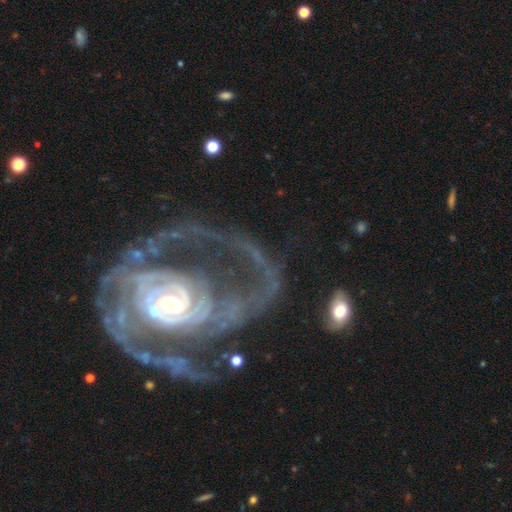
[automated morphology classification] Smooth or featured? Predicted: featured or disk (p=0.88). Edge-on disk? Predicted: no (p=0.97). Bar? Predicted: no (p=0.51). Spiral arms? Predicted: yes (p=0.92). Spiral winding? Predicted: tight (p=0.50). Spiral arm count? Predicted: 2 (p=0.39). Bulge size? Predicted: small (p=0.46). Merging? Predicted: none (p=0.47).